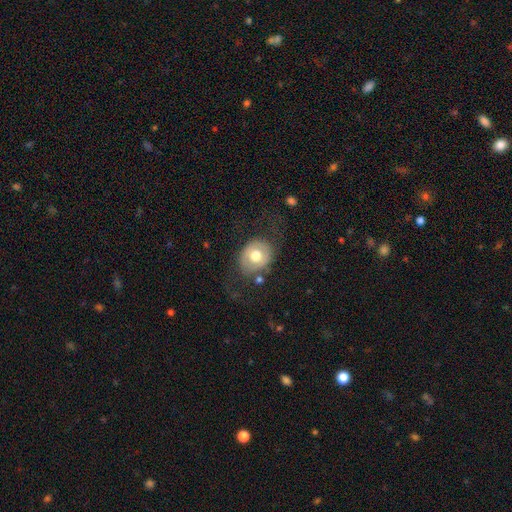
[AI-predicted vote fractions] Morphology: type=smooth (58%); roundness=round (52%); merging=none (66%).